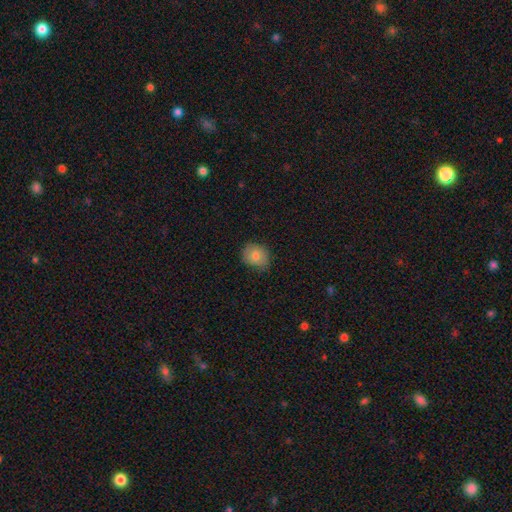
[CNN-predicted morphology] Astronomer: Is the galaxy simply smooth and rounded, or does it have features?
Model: smooth — 79%.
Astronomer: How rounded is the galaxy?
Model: round — 55% (runner-up: in between, 44%).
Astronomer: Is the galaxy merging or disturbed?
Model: none — 75%.